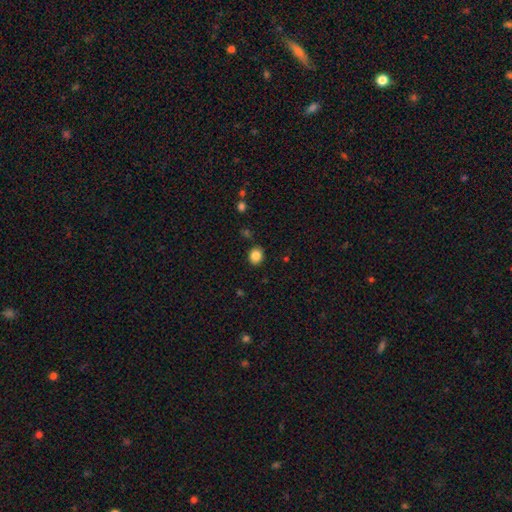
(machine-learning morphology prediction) The model was most divided on "how rounded": round: 65%, in between: 34%, cigar-shaped: 1%. More confident: merging — none (88%); smooth or featured — smooth (85%).